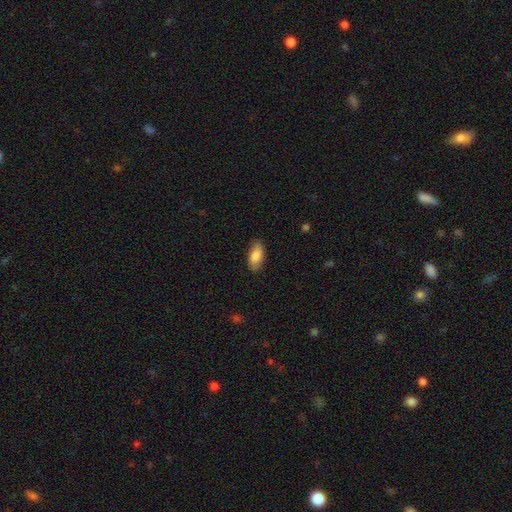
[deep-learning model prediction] Smooth or featured: smooth — 83% (featured or disk — 11%)
How rounded: in between — 88% (cigar-shaped — 10%)
Merging: none — 83% (minor disturbance — 13%)